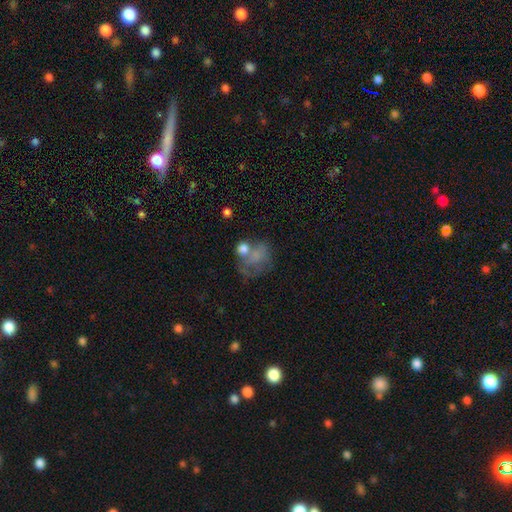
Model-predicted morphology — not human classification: smooth 52%, featured or disk 33%, star or artifact 15%. Down the decision tree: how rounded — round (51%); merging — none (31%).